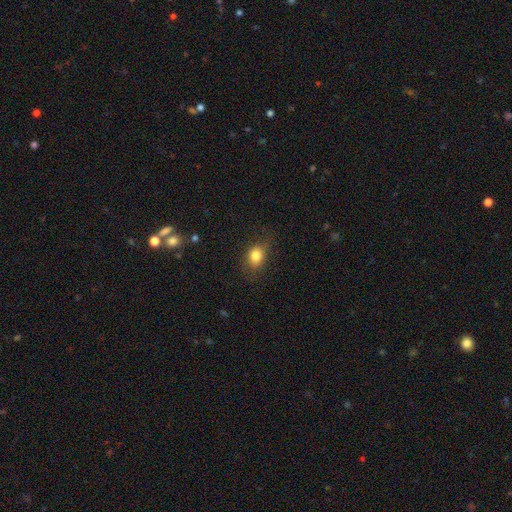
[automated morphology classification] Overall: smooth (82%). How rounded: in between (59%; round 39%). Merging: none (71%).